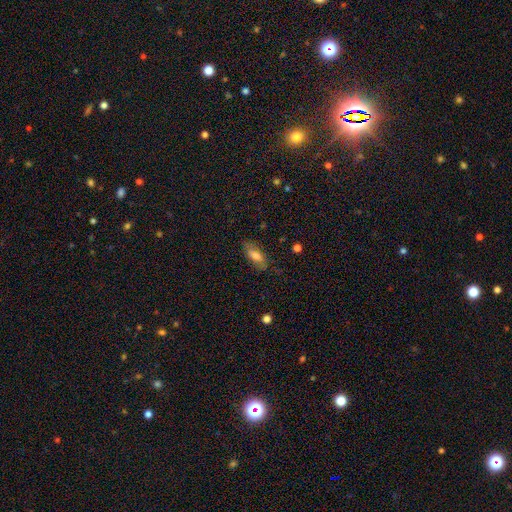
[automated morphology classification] smooth 67%, featured or disk 25%, star or artifact 8%. Down the decision tree: how rounded — in between (78%); merging — none (79%).